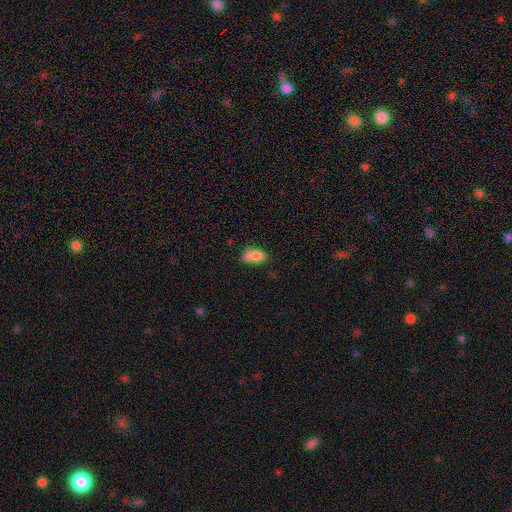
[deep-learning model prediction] This appears to be a smooth galaxy with no disk features (80%) that is in between round and cigar-shaped (87%). Merging: none (42%).